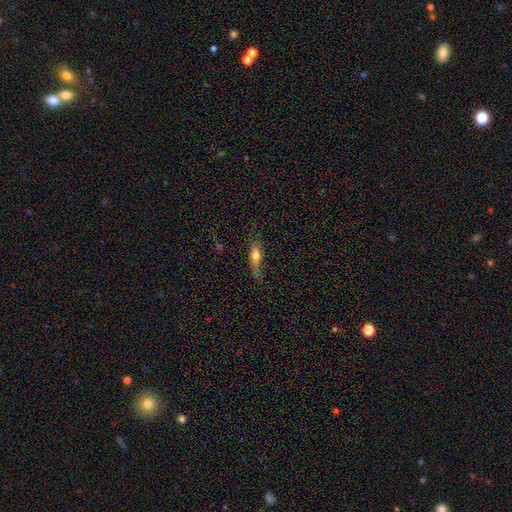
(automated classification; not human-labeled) Overall: smooth (62%; featured or disk 29%). How rounded: cigar-shaped (57%; in between 39%). Merging: none (66%).